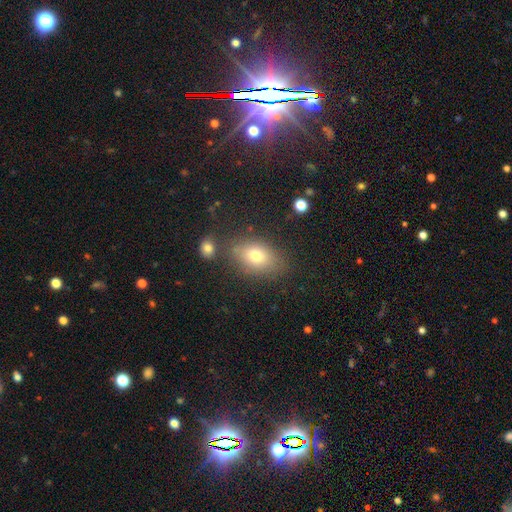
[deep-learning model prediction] A smooth galaxy with no disk features (75%) that is in between round and cigar-shaped (80%). Merging: none (73%).